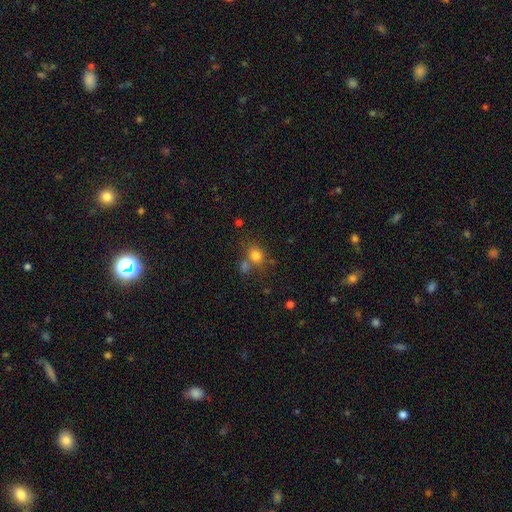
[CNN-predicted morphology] A smooth galaxy with no disk features (78%) that is round (63%).

Vote fractions:
- Smooth or featured? smooth: 78% / star or artifact: 14% / featured or disk: 9%
- How rounded? round: 63% / in between: 36% / cigar-shaped: 1%
- Merging? none: 55% / merger: 27% / minor disturbance: 13% / major disturbance: 6%